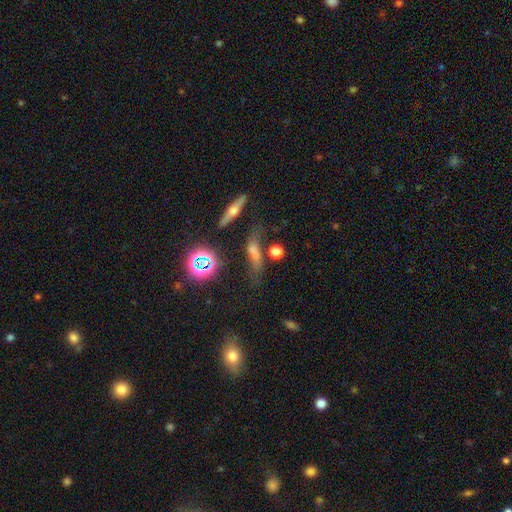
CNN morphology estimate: Smooth or featured? Predicted: featured or disk (p=0.40). Merging? Predicted: none (p=0.64).